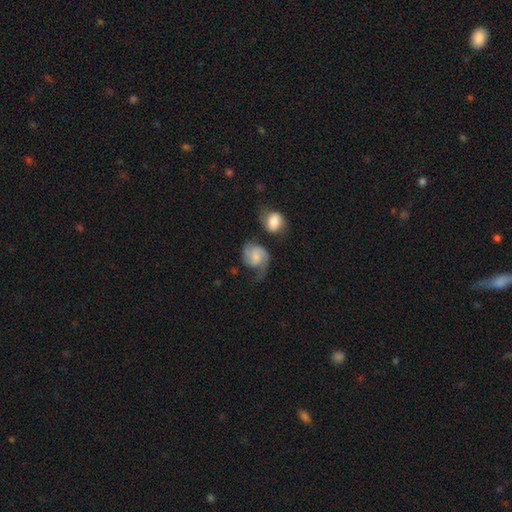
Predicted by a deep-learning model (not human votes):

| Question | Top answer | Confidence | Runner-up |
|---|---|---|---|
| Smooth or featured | featured or disk | 62% | smooth (31%) |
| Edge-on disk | no | 98% | yes (2%) |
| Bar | no | 60% | weak (34%) |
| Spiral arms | yes | 93% | no (7%) |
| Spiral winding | medium | 44% | loose (34%) |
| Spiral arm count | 2 | 72% | 1 (16%) |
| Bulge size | none | 36% | small (30%) |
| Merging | none | 43% | minor disturbance (24%) |